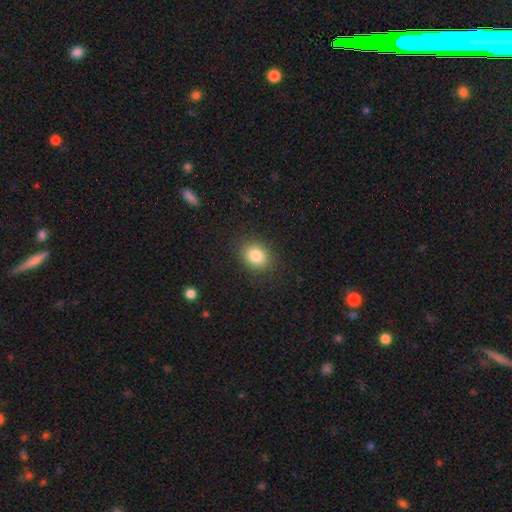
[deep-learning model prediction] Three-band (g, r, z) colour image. It shows a smooth galaxy with no disk features (83%) that is round (51%). Merging: none (87%).